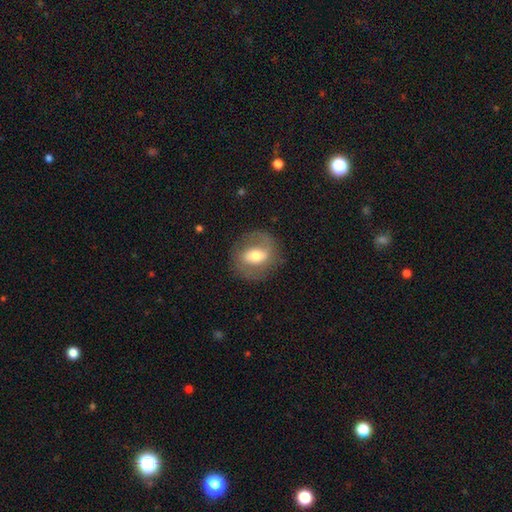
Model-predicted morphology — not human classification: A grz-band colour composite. It shows a featured or disk galaxy (58%) with a weak bar (38%), spiral arms (63%) and a moderate central bulge (64%). Merging: none (79%).